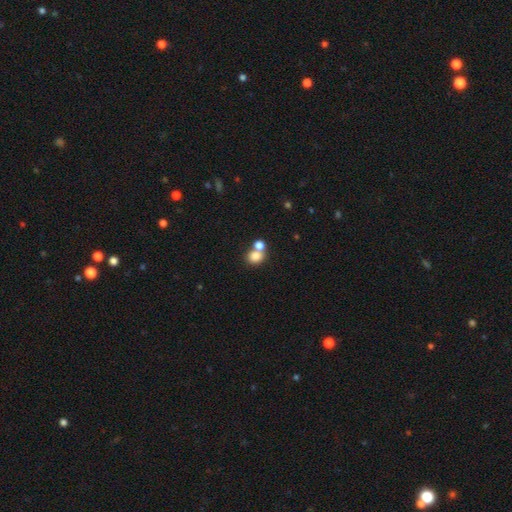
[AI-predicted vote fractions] smooth_or_featured: smooth (p=0.80) [alt: star or artifact p=0.11]
how_rounded: round (p=0.65) [alt: in between p=0.34]
merging: merger (p=0.45) [alt: none p=0.43]